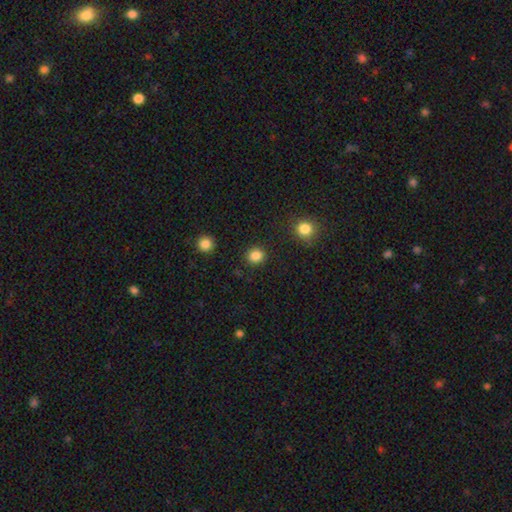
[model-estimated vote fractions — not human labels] smooth_or_featured: smooth (p=0.86) [alt: star or artifact p=0.11]
how_rounded: round (p=0.83) [alt: in between p=0.16]
merging: none (p=0.90) [alt: minor disturbance p=0.06]